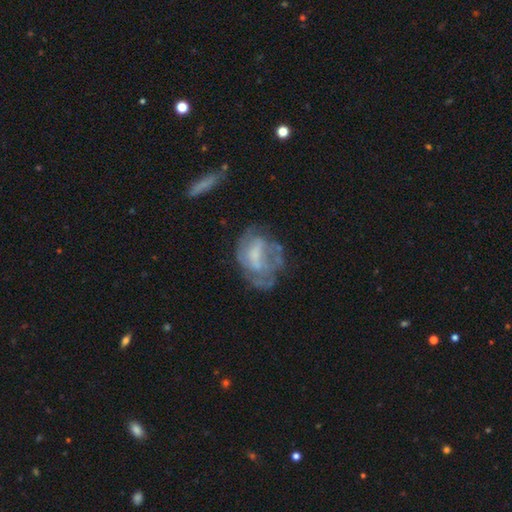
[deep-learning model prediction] Morphology: type=featured or disk (60%); edge-on=no (97%); bar=no (50%); spiral arms=no (58%); bulge=none (38%); merging=none (43%).